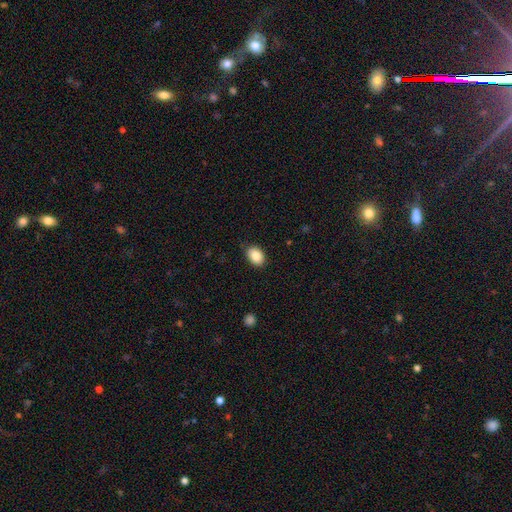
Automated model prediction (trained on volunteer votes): smooth_or_featured: smooth (p=0.86) [alt: star or artifact p=0.08]
how_rounded: in between (p=0.80) [alt: round p=0.19]
merging: none (p=0.82) [alt: minor disturbance p=0.14]